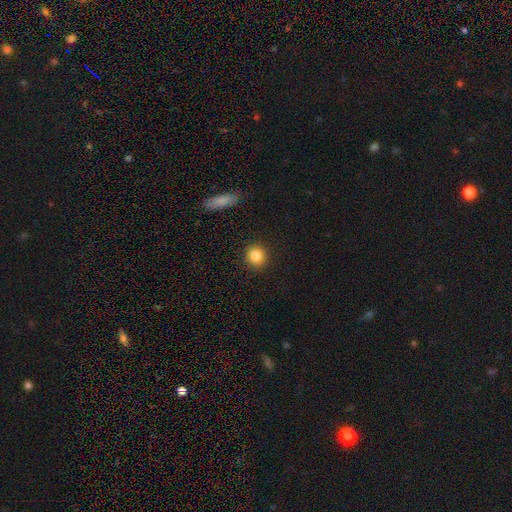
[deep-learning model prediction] Smooth or featured?
  - smooth: 85% *
  - star or artifact: 10%
  - featured or disk: 5%
How rounded?
  - round: 88% *
  - in between: 11%
  - cigar-shaped: 1%
Merging?
  - none: 91% *
  - minor disturbance: 6%
  - major disturbance: 2%
  - merger: 1%